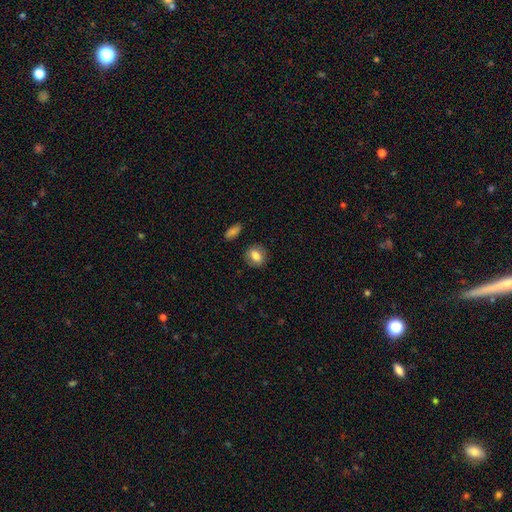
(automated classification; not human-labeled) Q: Smooth or featured?
A: smooth (78%); runner-up: featured or disk (14%)
Q: How rounded?
A: round (51%); runner-up: in between (47%)
Q: Merging?
A: none (84%); runner-up: minor disturbance (11%)